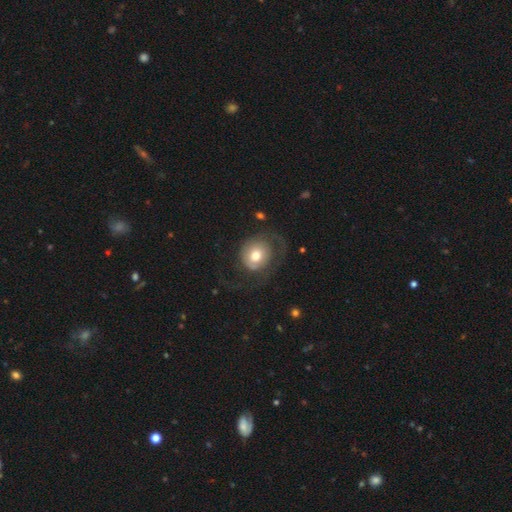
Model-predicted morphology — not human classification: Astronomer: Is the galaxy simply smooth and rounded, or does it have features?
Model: smooth — 49% (runner-up: featured or disk, 44%).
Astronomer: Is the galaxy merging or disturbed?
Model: none — 44% (runner-up: major disturbance, 38%).